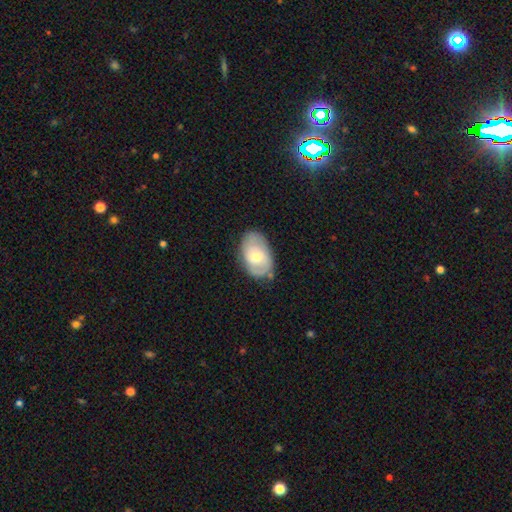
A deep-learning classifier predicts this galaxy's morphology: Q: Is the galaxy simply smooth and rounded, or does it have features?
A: featured or disk — 49%.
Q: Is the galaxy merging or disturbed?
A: none — 73%.